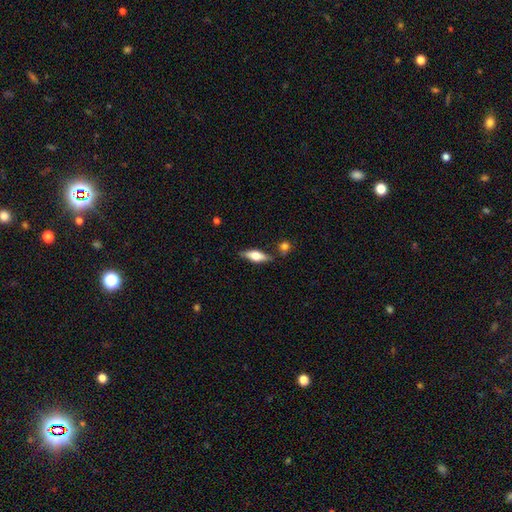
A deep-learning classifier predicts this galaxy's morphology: This appears to be a smooth galaxy with no disk features (55%) that is in between round and cigar-shaped (62%). Merging: none (77%).